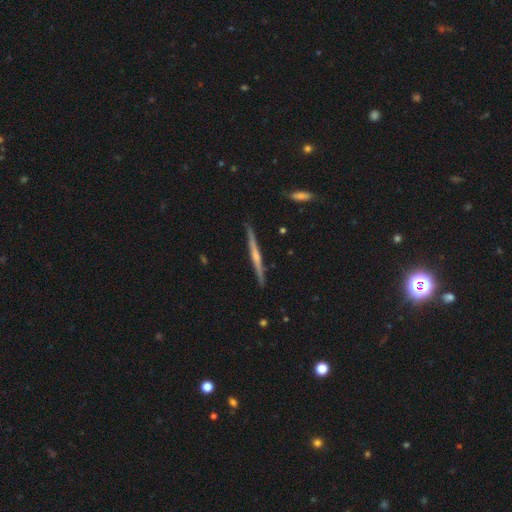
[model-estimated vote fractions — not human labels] A featured or disk galaxy (74%) viewed edge-on (98%) with a rounded central bulge (67%). Merging: none (90%).